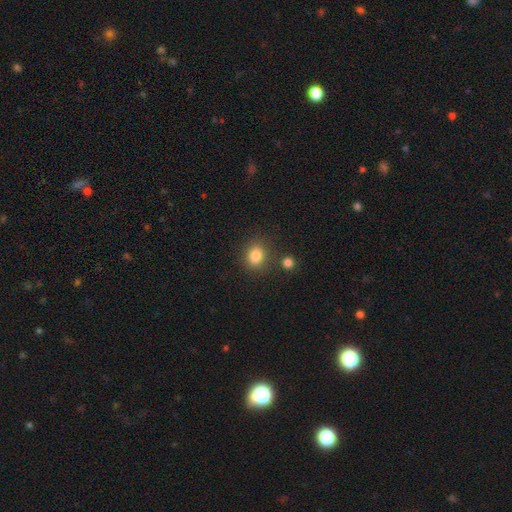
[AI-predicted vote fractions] This is clearly a smooth galaxy (83%). How rounded: likely round (64%). Merging: likely none (79%).